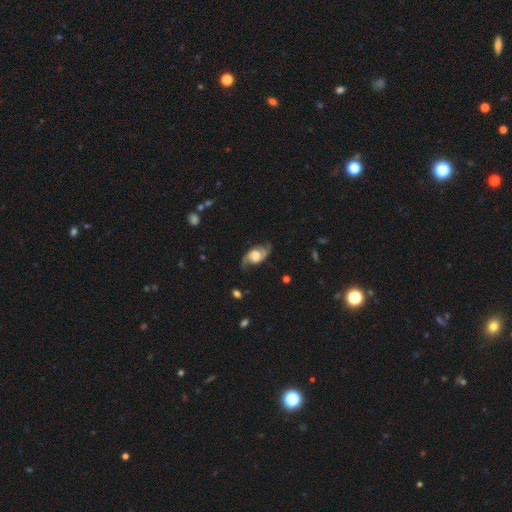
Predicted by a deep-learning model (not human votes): This is likely a featured or disk galaxy (80%). It is clearly not viewed edge-on (95%). Bar: possibly no (57%). Spiral arm pattern: clearly yes (94%). Spiral arm count: clearly 2 (92%). Spiral winding: possibly loose (46%). Central bulge: possibly large (46%). Merging: likely none (74%).